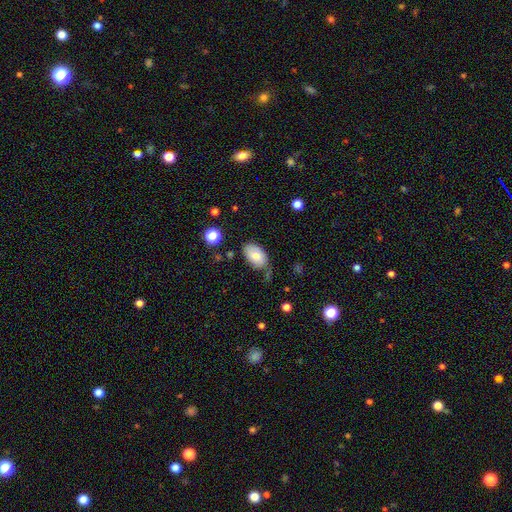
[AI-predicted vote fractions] This is likely a smooth galaxy (74%). How rounded: clearly in between (92%). Merging: likely none (61%).